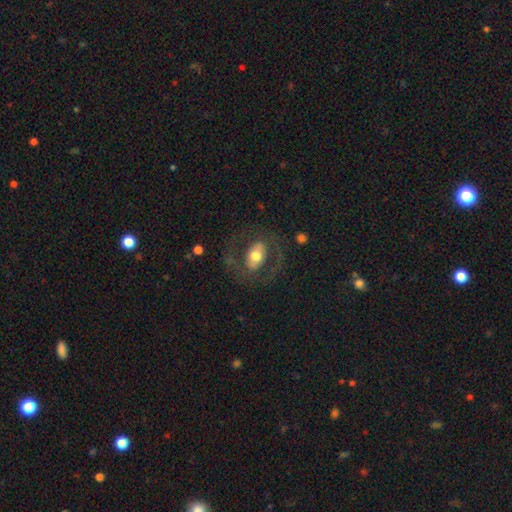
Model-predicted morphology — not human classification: Smooth or featured?
  - featured or disk: 52% *
  - smooth: 41%
  - star or artifact: 7%
Edge-on disk?
  - no: 93% *
  - yes: 7%
Merging?
  - none: 66% *
  - major disturbance: 17%
  - minor disturbance: 15%
  - merger: 2%